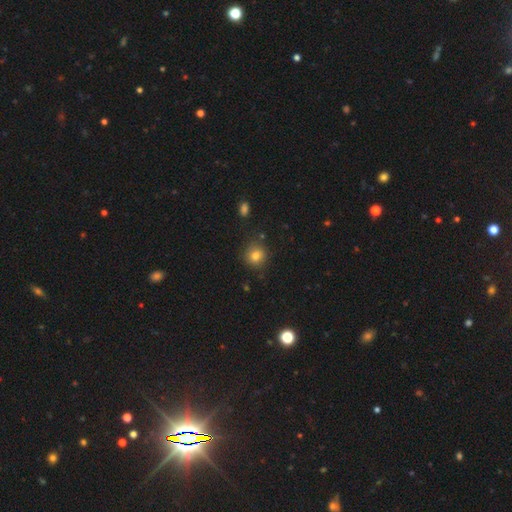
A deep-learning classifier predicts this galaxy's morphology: type=smooth (79%); roundness=round (88%); merging=none (84%).